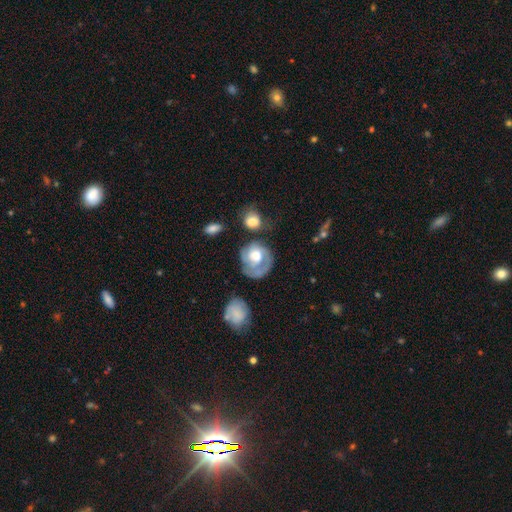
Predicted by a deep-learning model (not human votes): This is likely a featured or disk galaxy (60%). It is clearly not viewed edge-on (97%). Bar: likely no (77%). Spiral arm pattern: likely yes (72%). Central bulge: possibly moderate (47%). Merging: possibly none (45%).